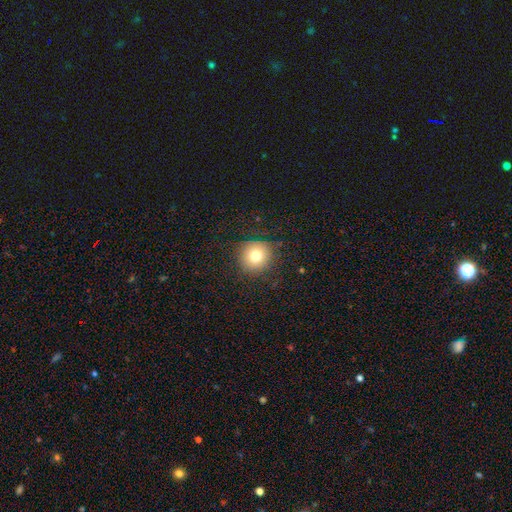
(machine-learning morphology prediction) Smooth or featured? Predicted: smooth (p=0.76). How rounded? Predicted: round (p=0.93). Merging? Predicted: none (p=0.86).